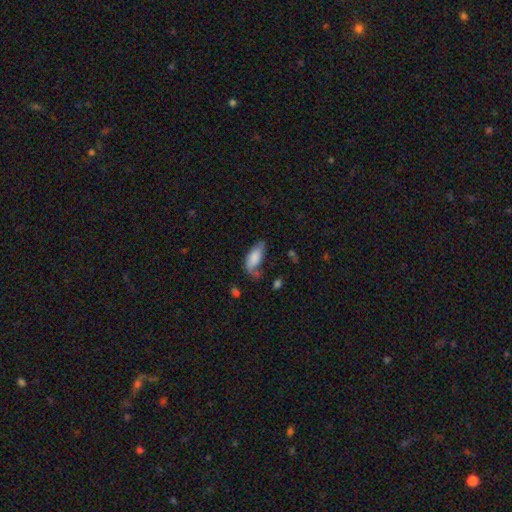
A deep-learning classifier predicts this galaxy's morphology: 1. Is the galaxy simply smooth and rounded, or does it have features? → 71% smooth, 21% featured or disk, 8% star or artifact.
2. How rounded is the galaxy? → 84% in between, 13% cigar-shaped, 3% round.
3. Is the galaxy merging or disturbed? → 39% none, 32% minor disturbance, 22% major disturbance, 7% merger.